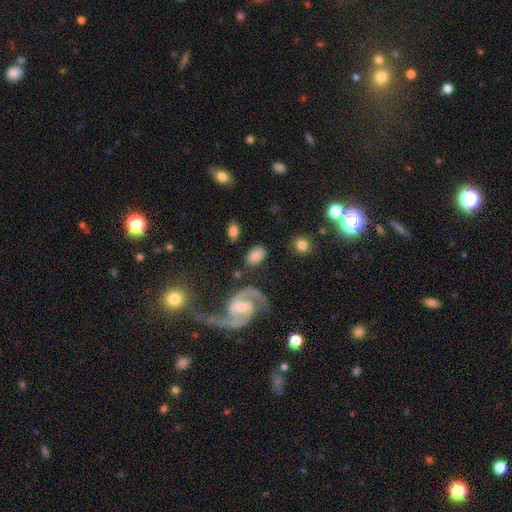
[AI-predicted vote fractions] This appears to be a smooth galaxy with no disk features (67%) that is in between round and cigar-shaped (85%). Merging: none (72%).